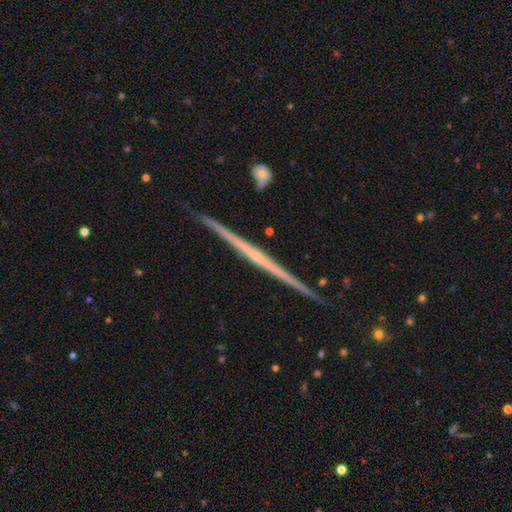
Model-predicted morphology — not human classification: Smooth or featured: featured or disk — 76% (smooth — 18%)
Edge-on disk: yes — 98% (no — 2%)
Edge-on bulge: none — 80% (rounded — 15%)
Merging: none — 92% (minor disturbance — 5%)